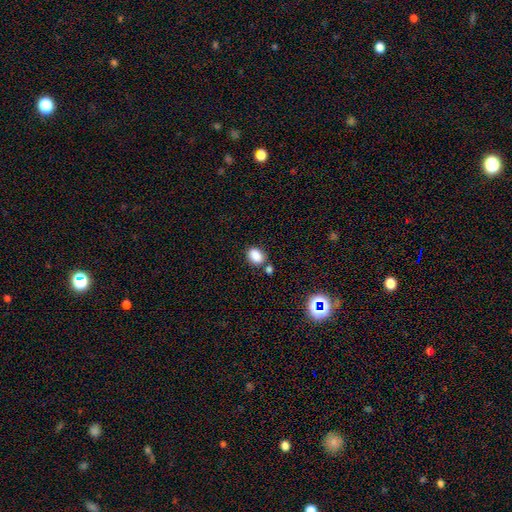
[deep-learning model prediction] smooth_or_featured: smooth (p=0.84) [alt: star or artifact p=0.11]
how_rounded: in between (p=0.68) [alt: round p=0.31]
merging: none (p=0.69) [alt: merger p=0.14]